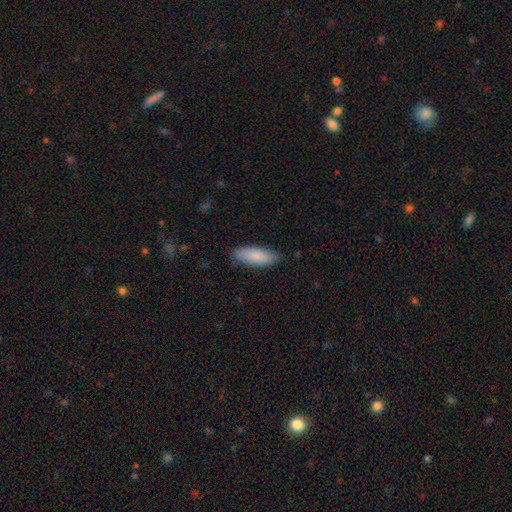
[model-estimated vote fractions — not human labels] Smooth or featured: smooth — 86% (featured or disk — 9%)
How rounded: in between — 62% (cigar-shaped — 37%)
Merging: none — 83% (minor disturbance — 14%)